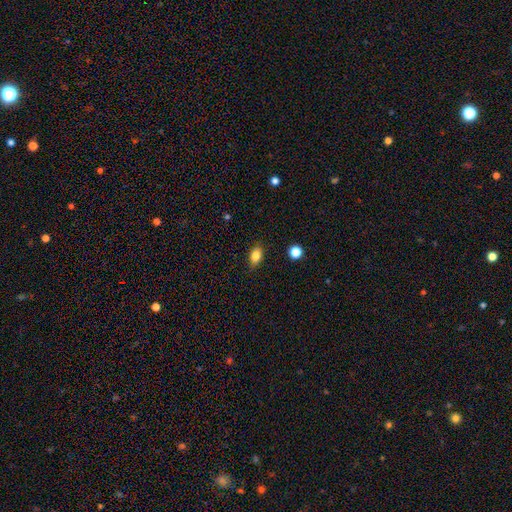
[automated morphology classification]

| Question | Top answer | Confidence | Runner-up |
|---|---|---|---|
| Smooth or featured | smooth | 82% | star or artifact (9%) |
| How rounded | in between | 82% | round (15%) |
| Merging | none | 85% | minor disturbance (11%) |